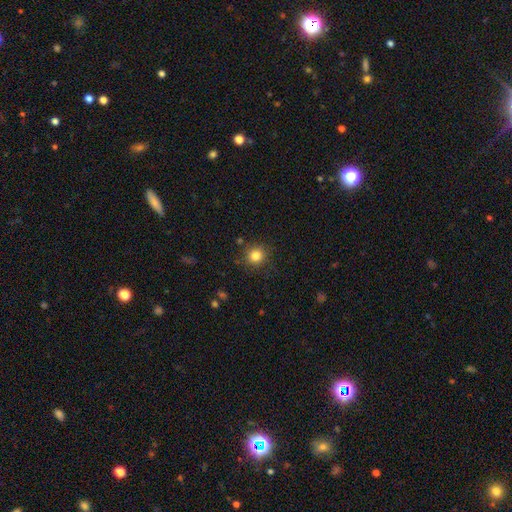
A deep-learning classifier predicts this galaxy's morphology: Overall: smooth (83%). How rounded: round (90%). Merging: none (86%).